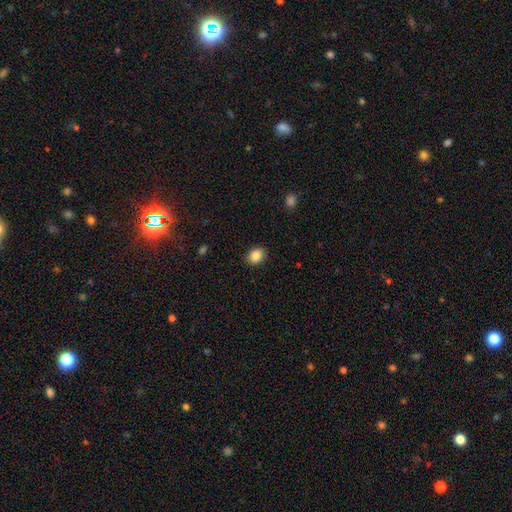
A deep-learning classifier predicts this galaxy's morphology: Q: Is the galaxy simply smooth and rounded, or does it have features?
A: smooth — 86%.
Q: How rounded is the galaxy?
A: in between — 54%.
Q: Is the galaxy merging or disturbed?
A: none — 90%.